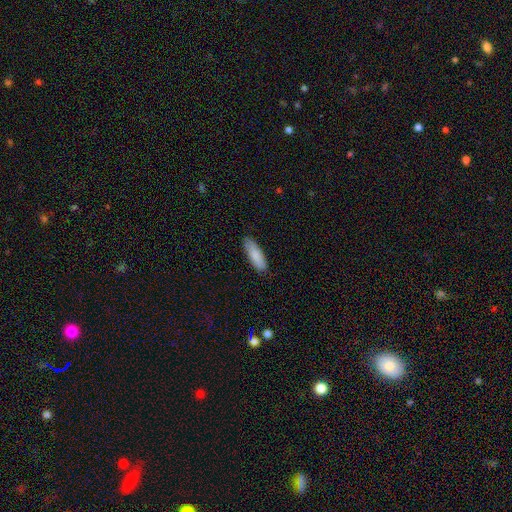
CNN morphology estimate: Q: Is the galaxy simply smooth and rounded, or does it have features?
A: smooth — 87%.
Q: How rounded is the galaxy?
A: in between — 54%.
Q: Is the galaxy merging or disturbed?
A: none — 84%.